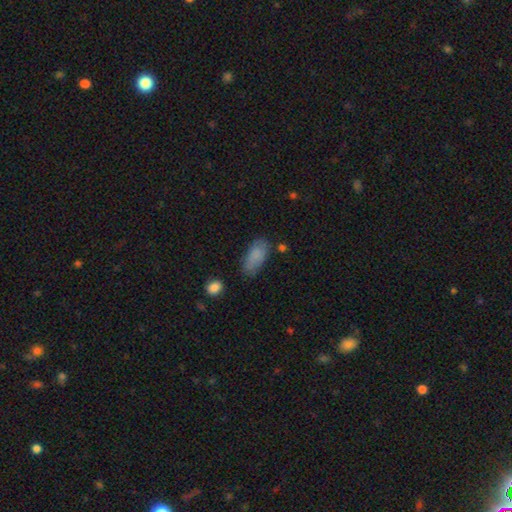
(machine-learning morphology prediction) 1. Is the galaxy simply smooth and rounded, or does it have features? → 85% smooth, 8% featured or disk, 7% star or artifact.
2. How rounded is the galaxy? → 89% in between, 9% cigar-shaped, 2% round.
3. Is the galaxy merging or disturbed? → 69% none, 22% minor disturbance, 6% major disturbance, 4% merger.